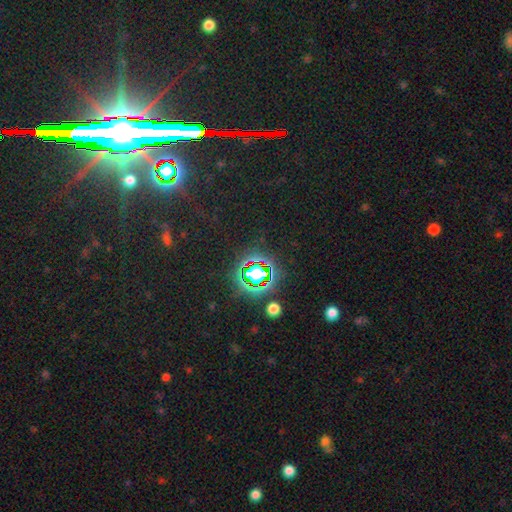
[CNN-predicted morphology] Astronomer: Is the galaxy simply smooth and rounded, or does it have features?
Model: star or artifact — 82%.